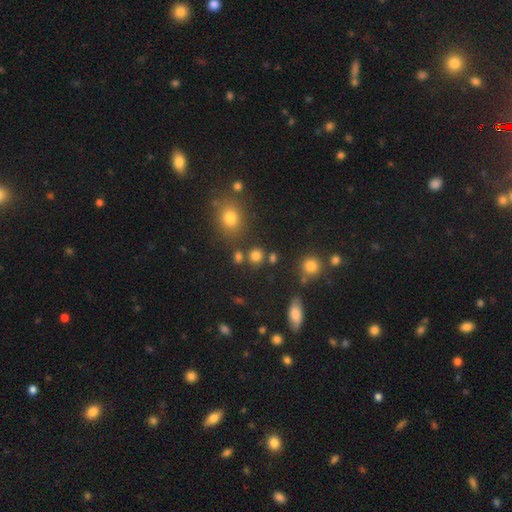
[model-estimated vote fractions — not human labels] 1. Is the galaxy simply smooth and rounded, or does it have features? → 77% smooth, 17% star or artifact, 6% featured or disk.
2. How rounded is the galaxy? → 82% round, 16% in between, 1% cigar-shaped.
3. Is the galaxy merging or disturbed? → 75% none, 13% merger, 9% minor disturbance, 4% major disturbance.